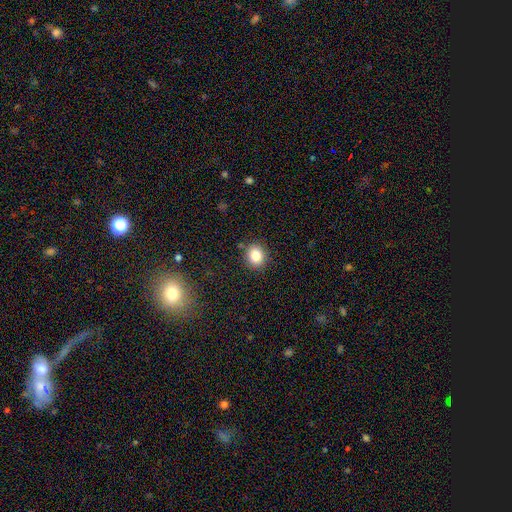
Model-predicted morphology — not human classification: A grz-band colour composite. It shows a smooth galaxy with no disk features (83%) that is round (71%). Merging: none (87%).